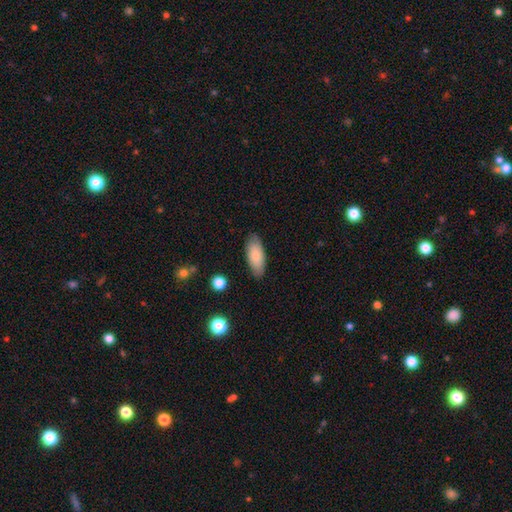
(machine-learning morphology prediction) Smooth or featured?
  - smooth: 82% *
  - featured or disk: 12%
  - star or artifact: 6%
How rounded?
  - in between: 83% *
  - cigar-shaped: 15%
  - round: 2%
Merging?
  - none: 85% *
  - minor disturbance: 12%
  - major disturbance: 2%
  - merger: 1%